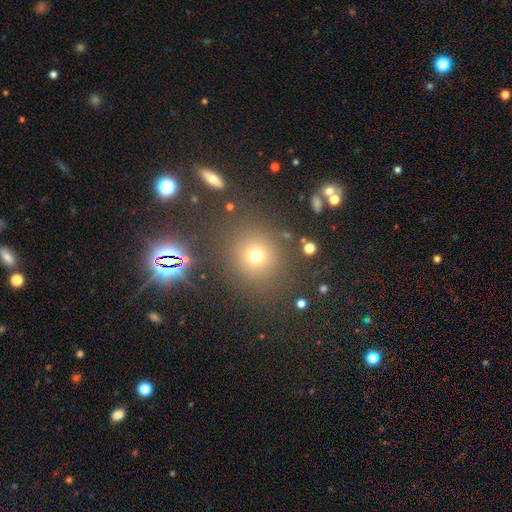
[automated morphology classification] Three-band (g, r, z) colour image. It shows a smooth galaxy with no disk features (68%) that is round (85%). Merging: none (82%).